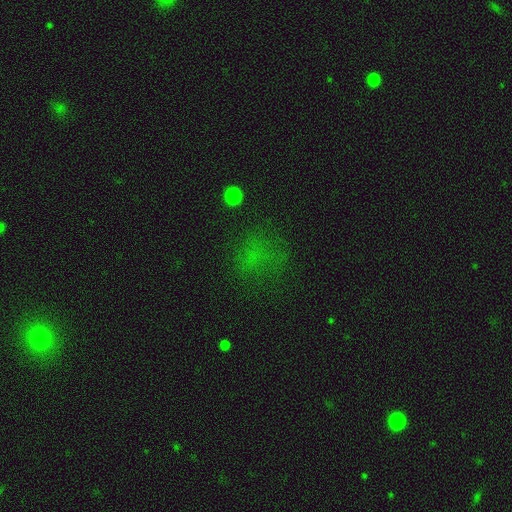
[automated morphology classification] Smooth or featured?
  - smooth: 43% * (tied)
  - star or artifact: 43% * (tied)
  - featured or disk: 14%
Merging?
  - none: 69% *
  - major disturbance: 14%
  - minor disturbance: 14%
  - merger: 3%